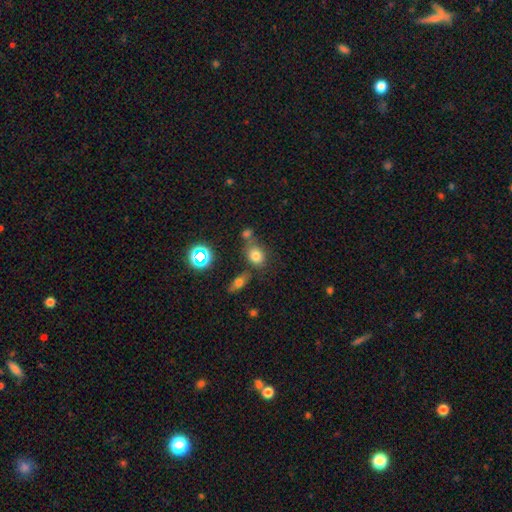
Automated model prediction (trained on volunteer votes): Q: Smooth or featured?
A: smooth (74%); runner-up: star or artifact (16%)
Q: How rounded?
A: in between (50%); runner-up: round (49%)
Q: Merging?
A: none (61%); runner-up: merger (19%)